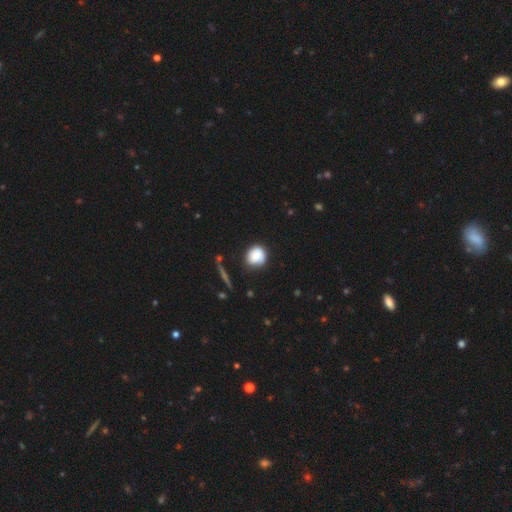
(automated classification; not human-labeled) Q: Smooth or featured?
A: smooth (76%); runner-up: featured or disk (16%)
Q: How rounded?
A: round (80%); runner-up: in between (19%)
Q: Merging?
A: none (68%); runner-up: minor disturbance (23%)